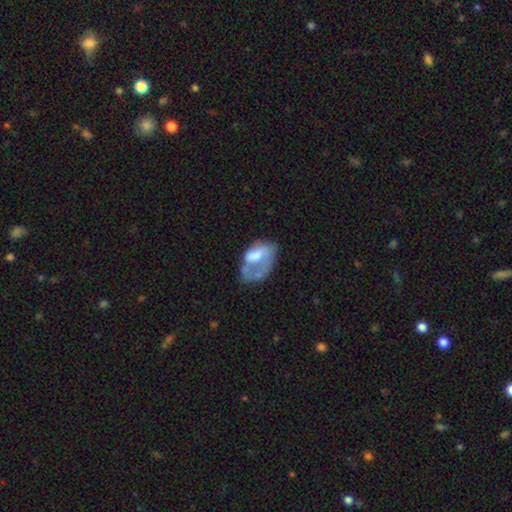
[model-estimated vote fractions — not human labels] Smooth or featured: smooth — 51% (featured or disk — 41%)
How rounded: in between — 86% (round — 12%)
Merging: major disturbance — 43% (minor disturbance — 23%)